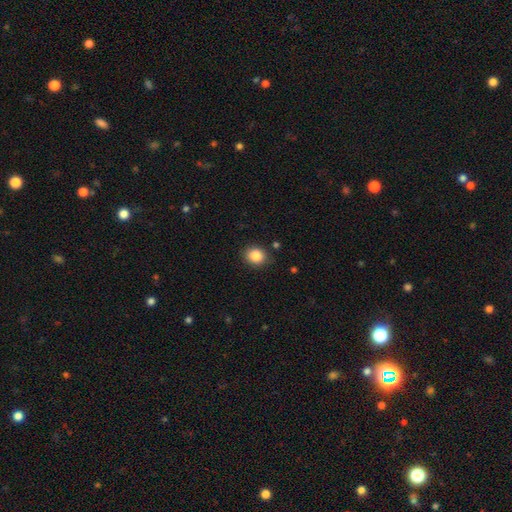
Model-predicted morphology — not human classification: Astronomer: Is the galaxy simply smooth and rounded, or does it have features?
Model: smooth — 86%.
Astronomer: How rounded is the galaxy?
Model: round — 68%.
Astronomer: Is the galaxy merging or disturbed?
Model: none — 86%.